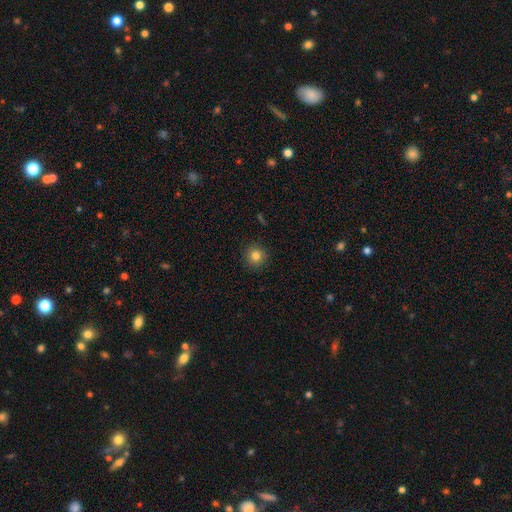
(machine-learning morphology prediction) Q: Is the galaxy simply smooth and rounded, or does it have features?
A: smooth — 82%.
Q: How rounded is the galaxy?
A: round — 94%.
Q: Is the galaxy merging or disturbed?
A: none — 91%.